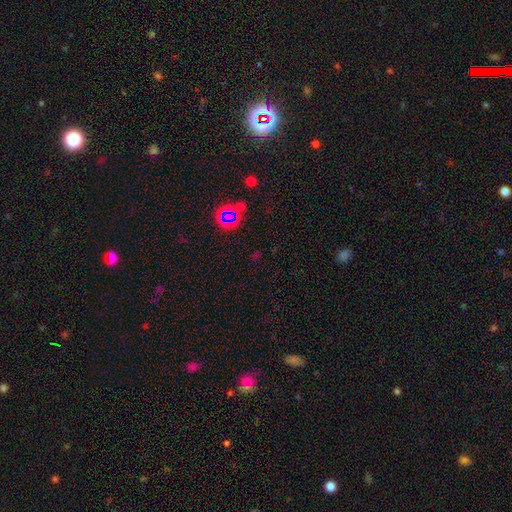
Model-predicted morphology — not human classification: A star or artifact, not a galaxy (68%).